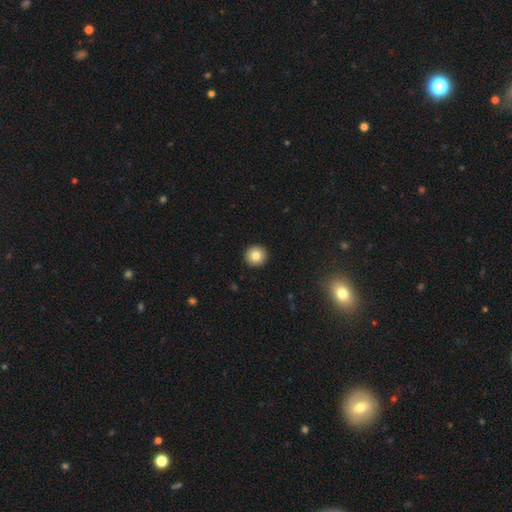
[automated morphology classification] This appears to be a smooth galaxy with no disk features (82%) that is round (95%). Merging: none (94%).